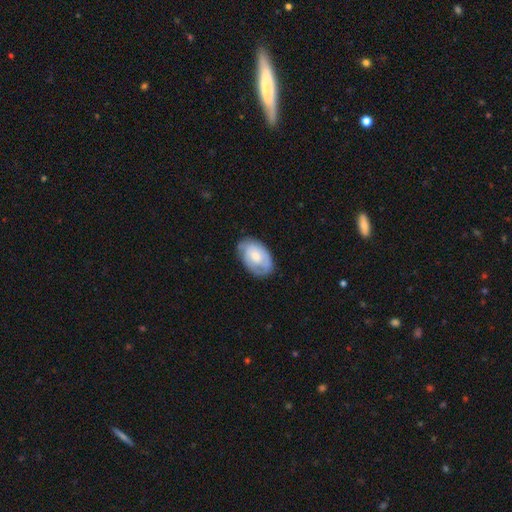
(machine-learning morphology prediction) smooth_or_featured: smooth (p=0.49) [alt: featured or disk p=0.45]
merging: none (p=0.68) [alt: minor disturbance p=0.24]